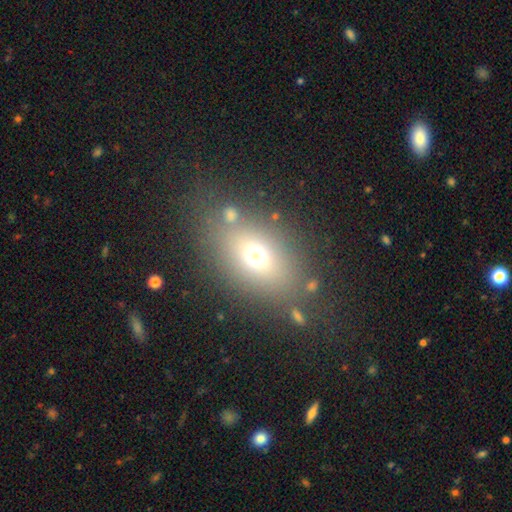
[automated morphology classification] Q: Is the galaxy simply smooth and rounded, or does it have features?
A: smooth — 67%.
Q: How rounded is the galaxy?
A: in between — 68%.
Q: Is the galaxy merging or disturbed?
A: none — 74%.